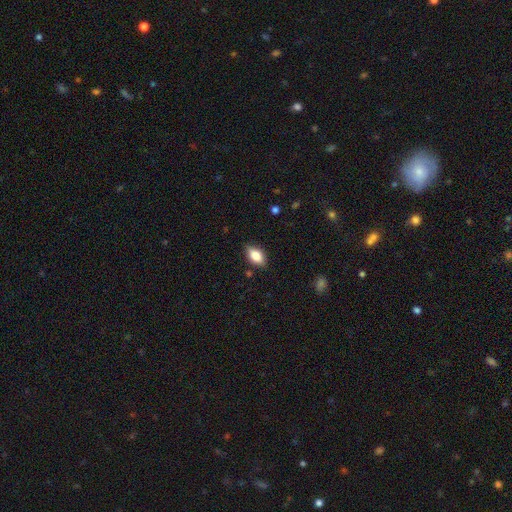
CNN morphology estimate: A smooth galaxy with no disk features (78%) that is in between round and cigar-shaped (88%).

Vote fractions:
- Smooth or featured? smooth: 78% / featured or disk: 14% / star or artifact: 8%
- How rounded? in between: 88% / round: 7% / cigar-shaped: 5%
- Merging? none: 82% / minor disturbance: 14% / major disturbance: 3% / merger: 1%